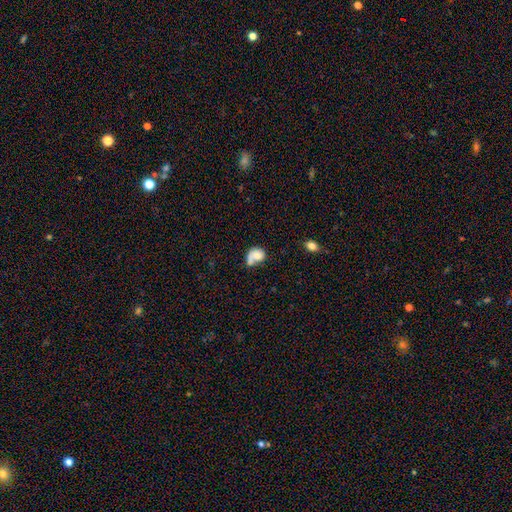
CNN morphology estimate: A smooth galaxy with no disk features (61%) that is in between round and cigar-shaped (51%).

Vote fractions:
- Smooth or featured? smooth: 61% / featured or disk: 31% / star or artifact: 8%
- How rounded? in between: 51% / round: 47% / cigar-shaped: 2%
- Merging? none: 30% / merger: 26% / major disturbance: 25% / minor disturbance: 19%